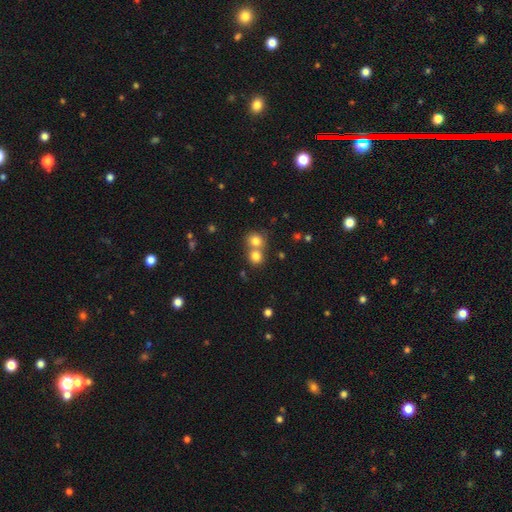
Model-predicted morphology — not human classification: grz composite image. It shows a smooth galaxy with no disk features (79%) that is round (84%). Merging: merger (48%).